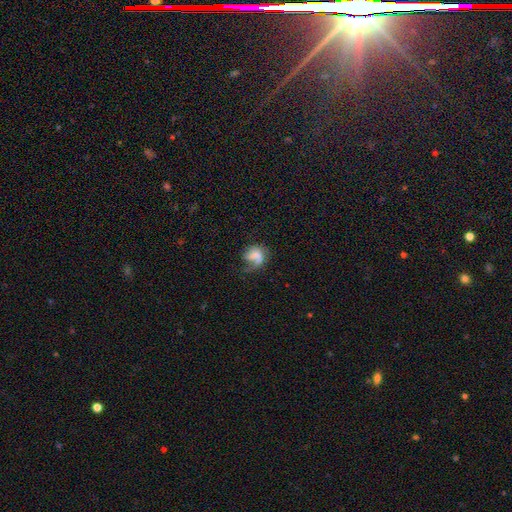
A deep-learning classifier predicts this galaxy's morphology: A featured or disk galaxy (52%) with no bar (58%), spiral arms (75%) and no central bulge (55%).

Vote fractions:
- Smooth or featured? featured or disk: 52% / smooth: 37% / star or artifact: 10%
- Edge-on disk? no: 98% / yes: 2%
- Bar? no: 58% / weak: 30% / strong: 12%
- Spiral arms? yes: 75% / no: 25%
- Bulge size? none: 55% / small: 19% / moderate: 12% / large: 9% / dominant: 4%
- Merging? major disturbance: 43% / none: 32% / minor disturbance: 20% / merger: 5%